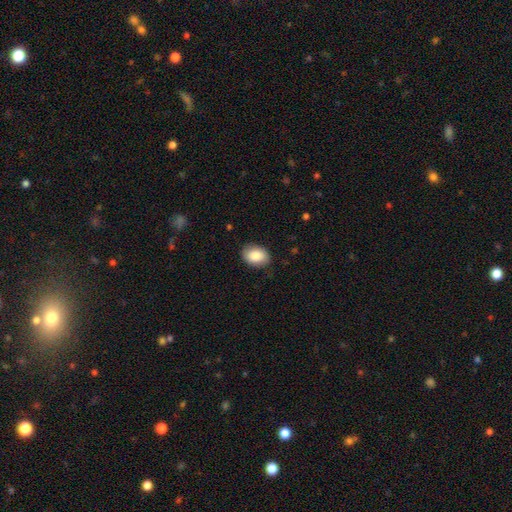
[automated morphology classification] Overall: smooth (87%). How rounded: in between (76%). Merging: none (84%).